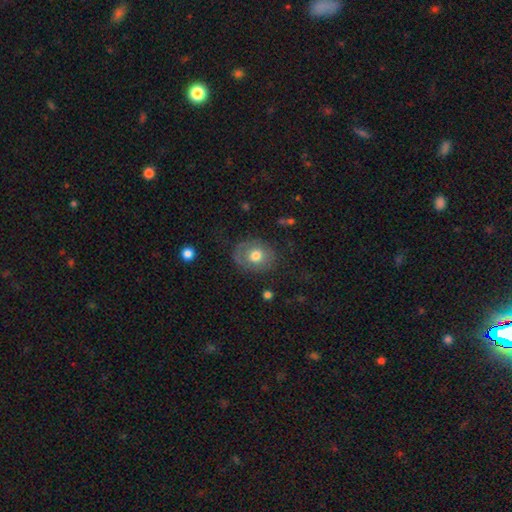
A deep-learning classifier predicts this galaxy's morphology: Smooth or featured: smooth — 68% (featured or disk — 23%)
How rounded: round — 61% (in between — 38%)
Merging: none — 75% (minor disturbance — 16%)